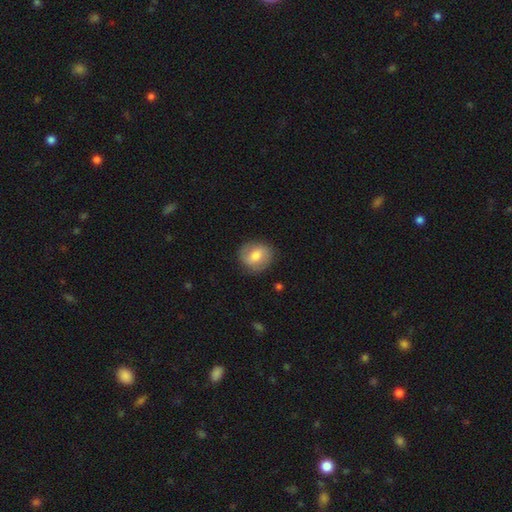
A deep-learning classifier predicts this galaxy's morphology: Smooth or featured?
  - smooth: 68% *
  - featured or disk: 25%
  - star or artifact: 7%
How rounded?
  - round: 74% *
  - in between: 25%
  - cigar-shaped: 1%
Merging?
  - none: 83% *
  - minor disturbance: 12%
  - major disturbance: 4%
  - merger: 1%